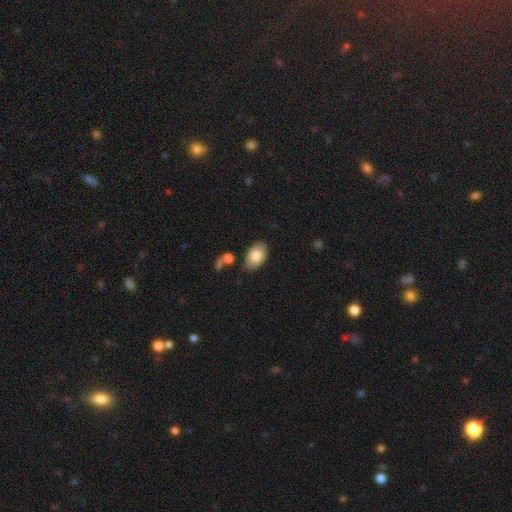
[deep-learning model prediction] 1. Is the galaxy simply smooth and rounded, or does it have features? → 82% smooth, 12% featured or disk, 6% star or artifact.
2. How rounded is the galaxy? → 92% in between, 7% round, 1% cigar-shaped.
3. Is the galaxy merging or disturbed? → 79% none, 13% minor disturbance, 4% merger, 3% major disturbance.